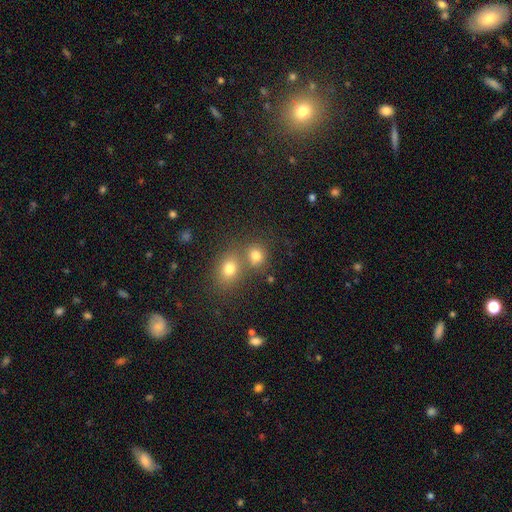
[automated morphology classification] This appears to be a smooth galaxy with no disk features (77%) that is round (74%). Merging: none (49%).